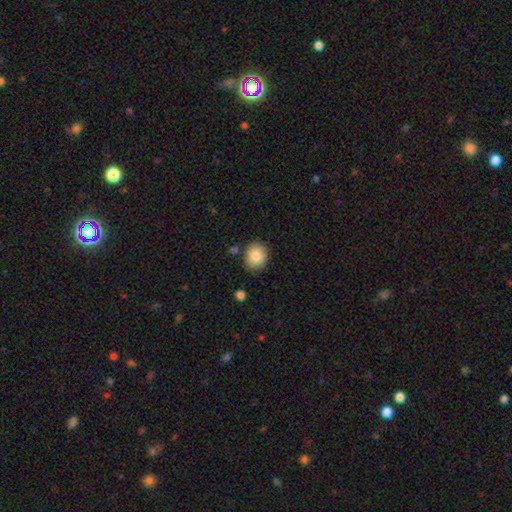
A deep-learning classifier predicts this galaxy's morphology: smooth_or_featured: smooth (p=0.86) [alt: star or artifact p=0.08]
how_rounded: round (p=0.70) [alt: in between p=0.29]
merging: none (p=0.83) [alt: minor disturbance p=0.11]